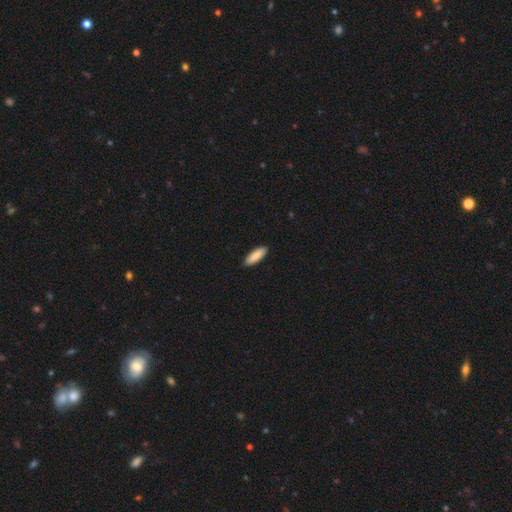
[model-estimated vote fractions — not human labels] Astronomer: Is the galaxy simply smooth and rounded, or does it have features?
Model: smooth — 86%.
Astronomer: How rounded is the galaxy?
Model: in between — 55% (runner-up: cigar-shaped, 43%).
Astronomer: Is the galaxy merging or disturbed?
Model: none — 90%.